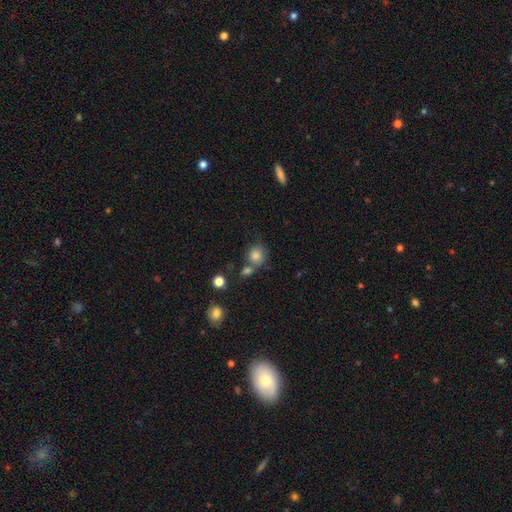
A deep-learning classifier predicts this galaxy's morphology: A smooth galaxy with no disk features (81%) that is round (81%).

Vote fractions:
- Smooth or featured? smooth: 81% / star or artifact: 11% / featured or disk: 7%
- How rounded? round: 81% / in between: 18% / cigar-shaped: 1%
- Merging? none: 59% / merger: 22% / minor disturbance: 14% / major disturbance: 5%